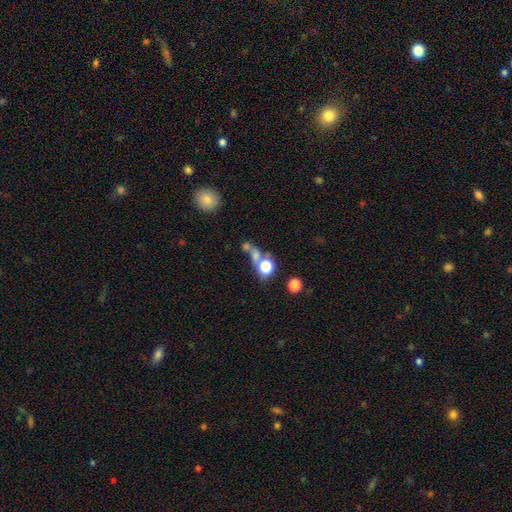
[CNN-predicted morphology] type=smooth (64%); roundness=round (68%); merging=merger (47%).